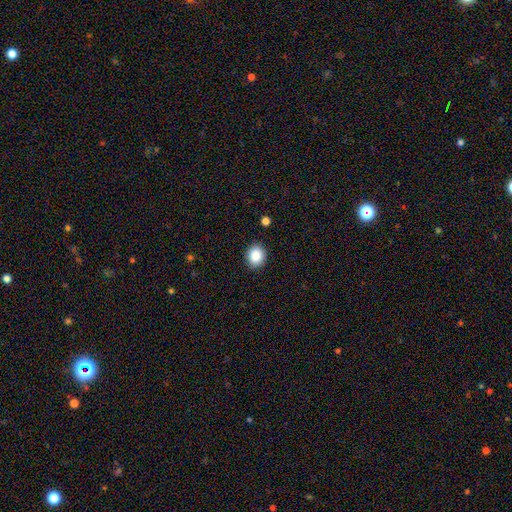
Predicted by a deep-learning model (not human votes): Q: Smooth or featured?
A: smooth (88%); runner-up: star or artifact (9%)
Q: How rounded?
A: round (69%); runner-up: in between (30%)
Q: Merging?
A: none (89%); runner-up: minor disturbance (7%)